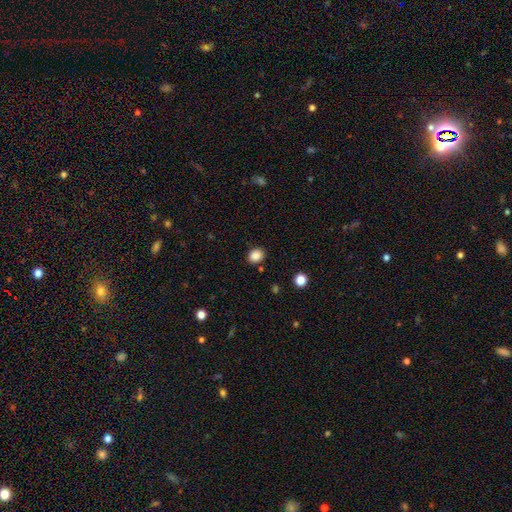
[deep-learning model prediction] Smooth or featured?
  - smooth: 86% *
  - star or artifact: 10%
  - featured or disk: 3%
How rounded?
  - round: 64% *
  - in between: 36%
  - cigar-shaped: 1%
Merging?
  - none: 87% *
  - minor disturbance: 8%
  - merger: 2%
  - major disturbance: 2%